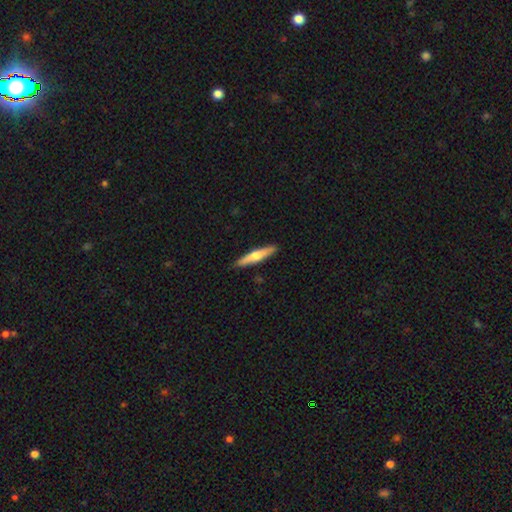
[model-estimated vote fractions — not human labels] Smooth or featured: smooth — 50% (featured or disk — 45%)
Merging: none — 90% (minor disturbance — 7%)